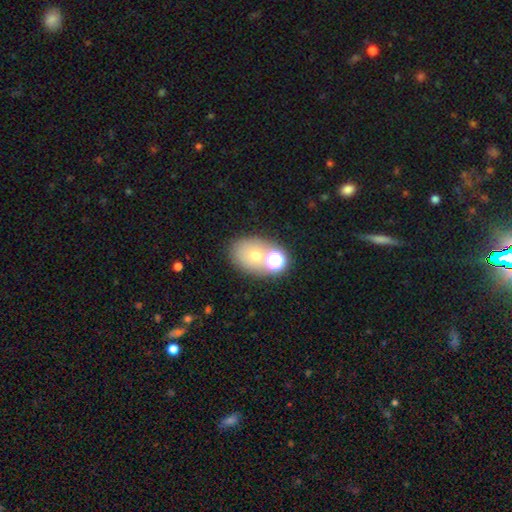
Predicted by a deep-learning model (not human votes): This appears to be a smooth galaxy with no disk features (62%) that is in between round and cigar-shaped (55%). Merging: none (57%).